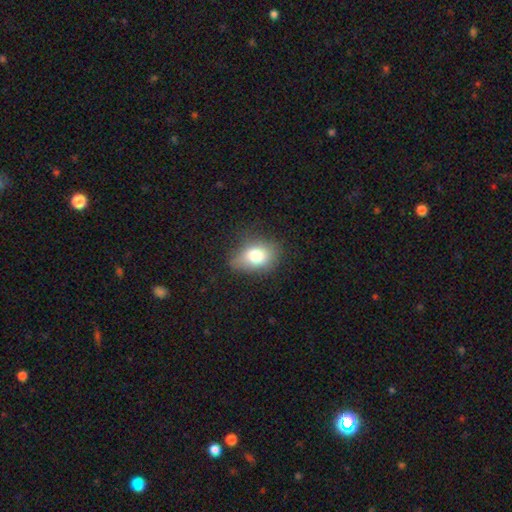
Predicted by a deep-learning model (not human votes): smooth_or_featured: smooth (p=0.77) [alt: featured or disk p=0.13]
how_rounded: in between (p=0.75) [alt: round p=0.23]
merging: none (p=0.63) [alt: minor disturbance p=0.27]